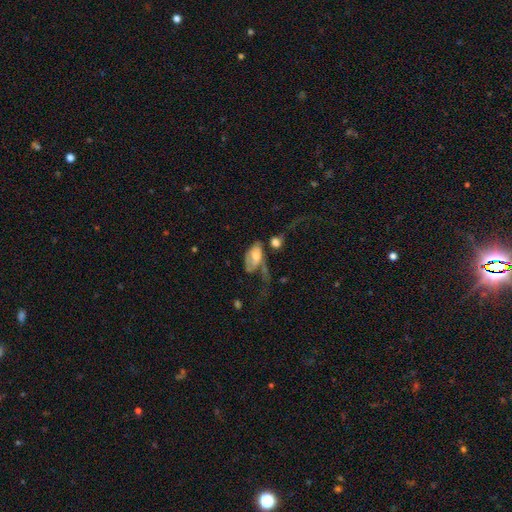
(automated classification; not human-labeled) smooth 48%, featured or disk 45%, star or artifact 7%. Down the decision tree: merging — major disturbance (49%).